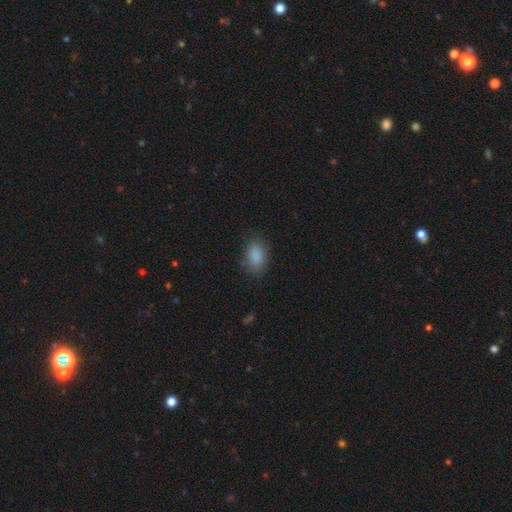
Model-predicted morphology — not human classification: The model was most divided on "merging": none: 81%, minor disturbance: 13%, major disturbance: 4%, merger: 1%. More confident: smooth or featured — smooth (87%); how rounded — in between (85%).